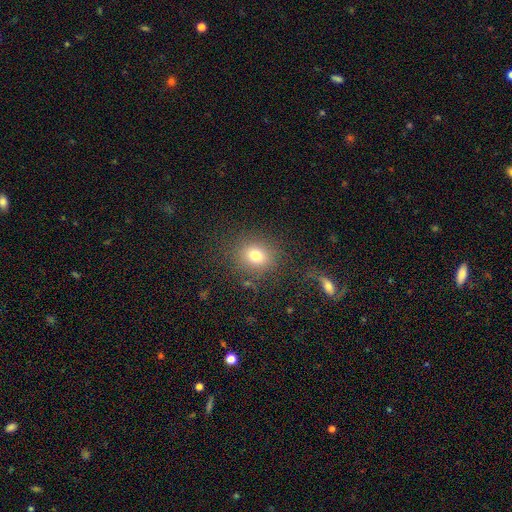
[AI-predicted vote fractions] Smooth or featured: smooth — 76% (star or artifact — 14%)
How rounded: round — 74% (in between — 25%)
Merging: none — 83% (minor disturbance — 10%)